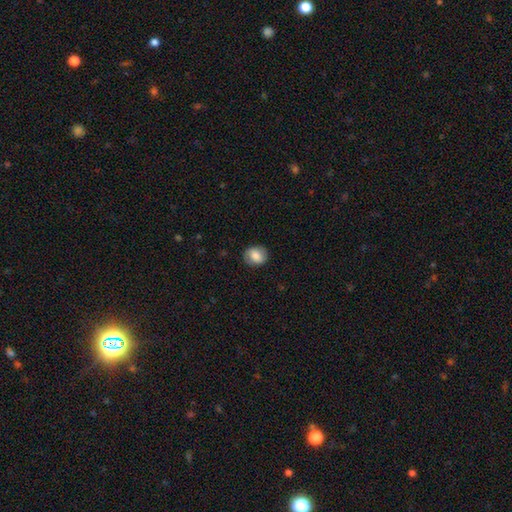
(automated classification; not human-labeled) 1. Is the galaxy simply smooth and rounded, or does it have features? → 73% smooth, 19% featured or disk, 8% star or artifact.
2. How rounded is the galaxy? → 62% round, 37% in between, 1% cigar-shaped.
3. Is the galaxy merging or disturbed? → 83% none, 12% minor disturbance, 4% major disturbance, 1% merger.